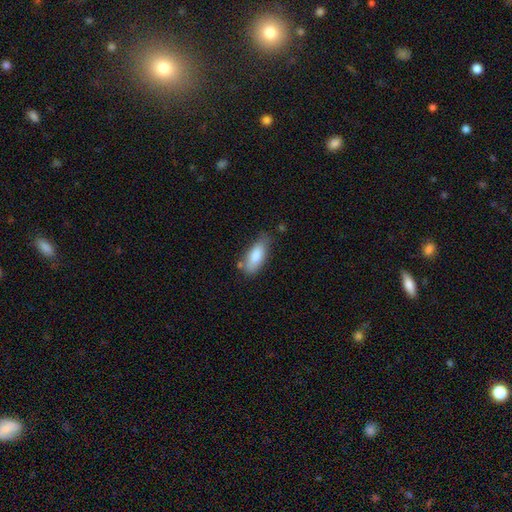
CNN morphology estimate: This is likely a smooth galaxy (80%). How rounded: likely in between (74%). Merging: likely none (67%).